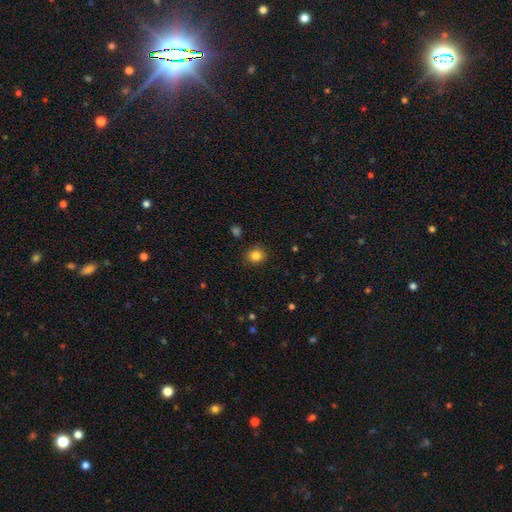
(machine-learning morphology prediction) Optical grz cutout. It shows a smooth galaxy with no disk features (84%) that is round (77%). Merging: none (88%).